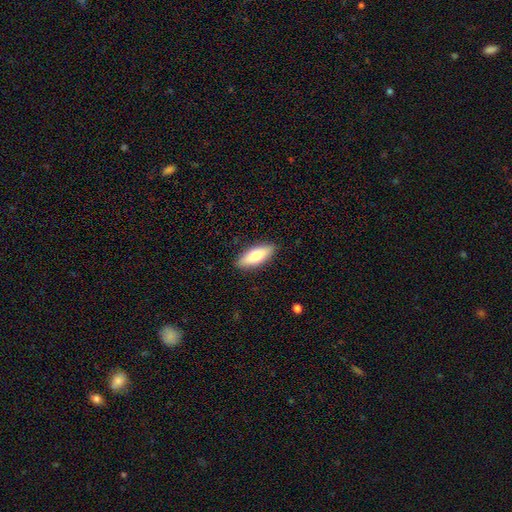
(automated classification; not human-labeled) A smooth galaxy with no disk features (78%) that is in between round and cigar-shaped (70%). Merging: none (88%).